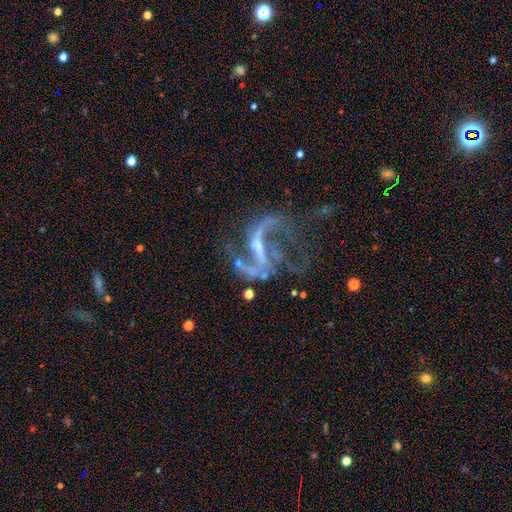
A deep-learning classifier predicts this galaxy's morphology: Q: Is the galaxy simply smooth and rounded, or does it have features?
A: featured or disk — 82%.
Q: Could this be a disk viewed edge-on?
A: no — 96%.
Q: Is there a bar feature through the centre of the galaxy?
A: weak — 40%.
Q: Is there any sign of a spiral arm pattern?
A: yes — 88%.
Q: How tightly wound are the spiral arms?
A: loose — 78%.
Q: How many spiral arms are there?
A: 2 — 79%.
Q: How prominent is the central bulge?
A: small — 54%.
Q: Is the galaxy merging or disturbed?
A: none — 44%.